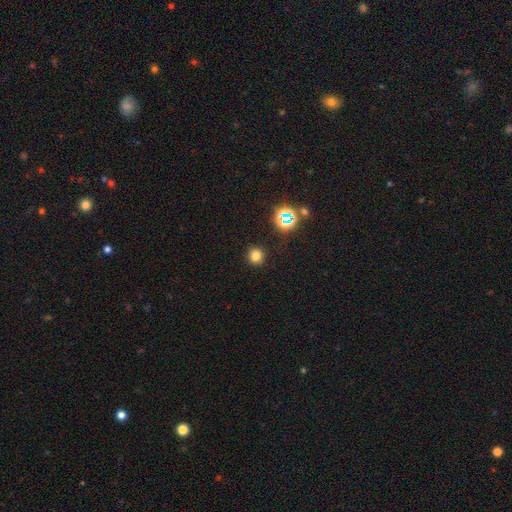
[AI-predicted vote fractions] This is likely a smooth galaxy (74%). How rounded: clearly round (91%). Merging: clearly none (90%).